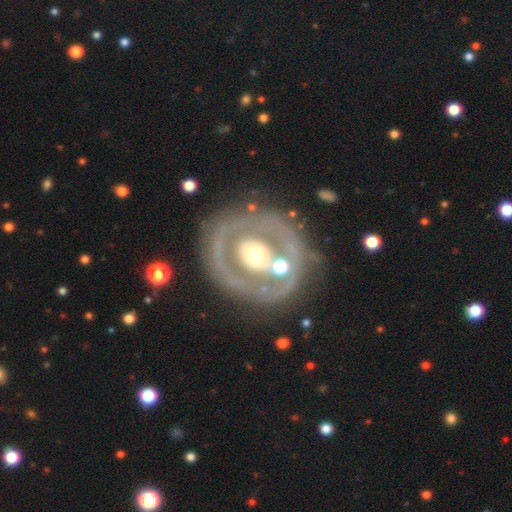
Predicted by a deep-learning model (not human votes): smooth-or-featured: featured or disk: 69% | smooth: 25% | star or artifact: 6%
  disk-edge-on: no: 96% | yes: 4%
    bar: no: 76% | weak: 14% | strong: 10%
    has-spiral-arms: no: 73% | yes: 27%
    bulge-size: moderate: 68% | large: 21% | small: 7% | dominant: 2% | none: 1%
  merging: none: 66% | minor disturbance: 16% | major disturbance: 11% | merger: 7%